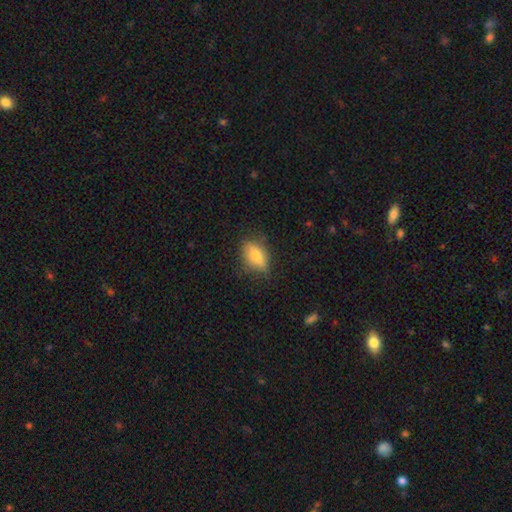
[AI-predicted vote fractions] smooth 63%, featured or disk 28%, star or artifact 8%. Down the decision tree: how rounded — in between (79%); merging — none (75%).